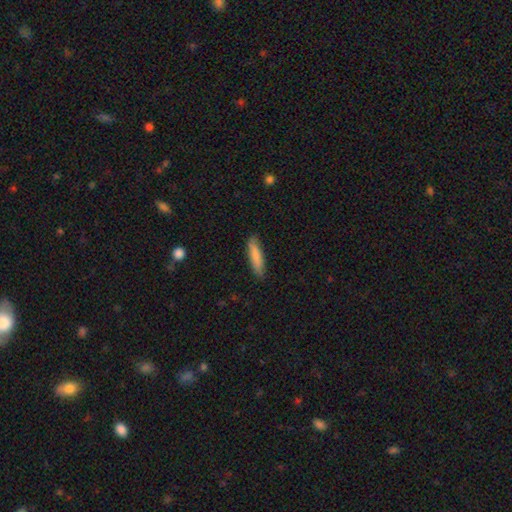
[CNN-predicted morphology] type=smooth (84%); roundness=cigar-shaped (77%); merging=none (85%).